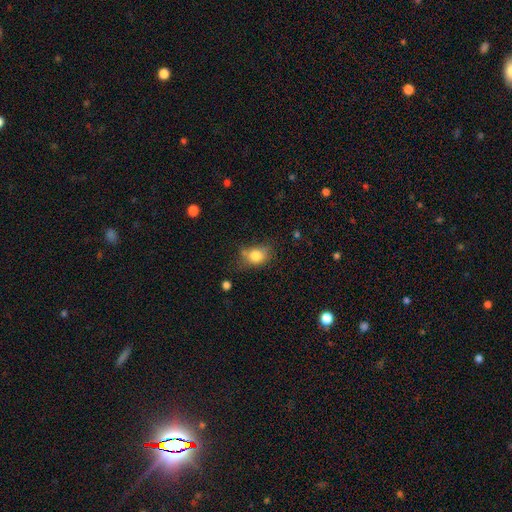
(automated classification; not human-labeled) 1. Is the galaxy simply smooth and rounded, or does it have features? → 80% smooth, 10% featured or disk, 10% star or artifact.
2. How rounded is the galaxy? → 58% in between, 41% round, 1% cigar-shaped.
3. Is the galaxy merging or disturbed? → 53% none, 29% minor disturbance, 10% major disturbance, 8% merger.